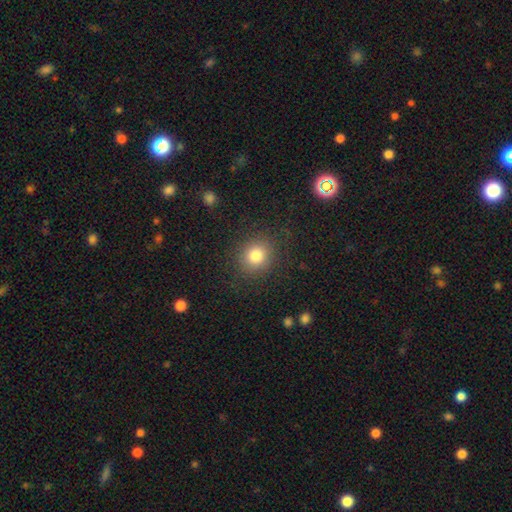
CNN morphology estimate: A smooth galaxy with no disk features (81%) that is round (80%). Merging: none (87%).